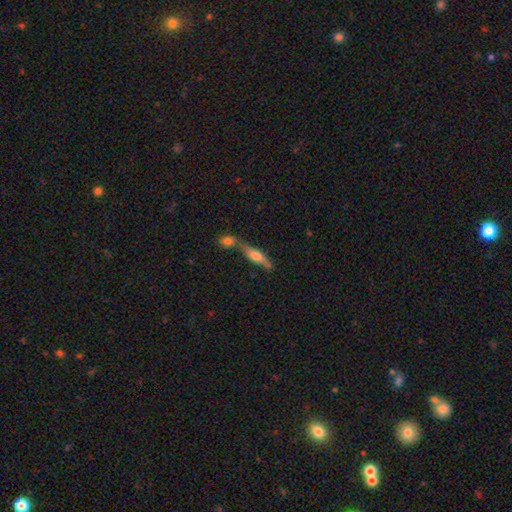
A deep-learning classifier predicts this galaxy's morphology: smooth-or-featured: smooth: 57% | featured or disk: 35% | star or artifact: 8%
  how-rounded: cigar-shaped: 56% | in between: 40% | round: 4%
  merging: merger: 47% | none: 36% | minor disturbance: 12% | major disturbance: 6%